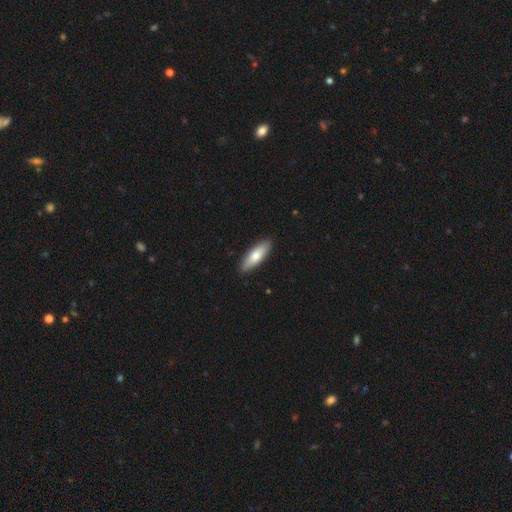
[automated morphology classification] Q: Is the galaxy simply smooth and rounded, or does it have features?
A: smooth — 73%.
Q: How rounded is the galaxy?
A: in between — 50%.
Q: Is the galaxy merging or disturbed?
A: none — 91%.